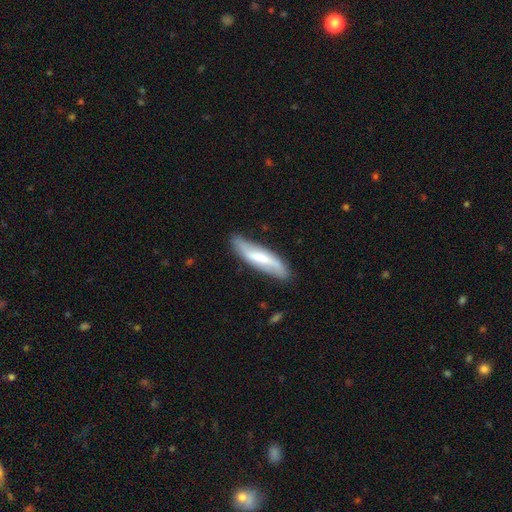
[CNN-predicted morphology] Smooth or featured?
  - featured or disk: 61% *
  - smooth: 32%
  - star or artifact: 7%
Edge-on disk?
  - no: 67% *
  - yes: 33%
Merging?
  - none: 80% *
  - minor disturbance: 15%
  - major disturbance: 3%
  - merger: 2%